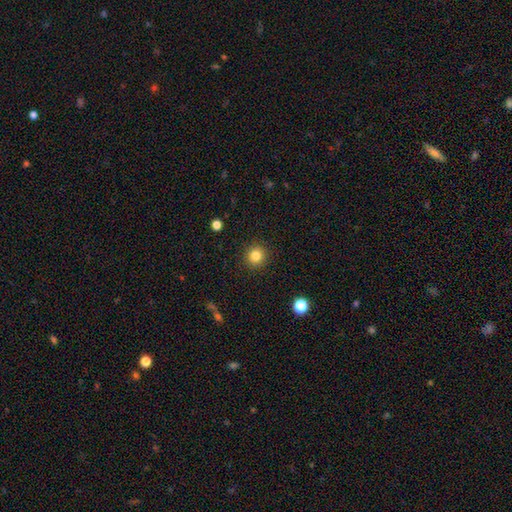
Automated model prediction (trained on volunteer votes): Morphology: type=smooth (83%); roundness=round (92%); merging=none (91%).